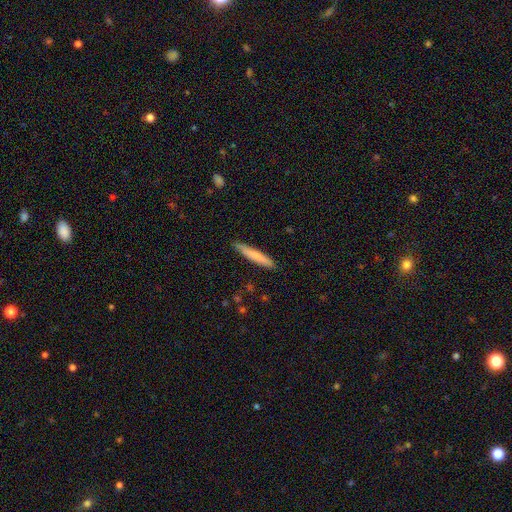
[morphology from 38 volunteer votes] This appears to be a smooth galaxy with no disk features (82%) that is cigar-shaped (97%). Merging: none (100%).